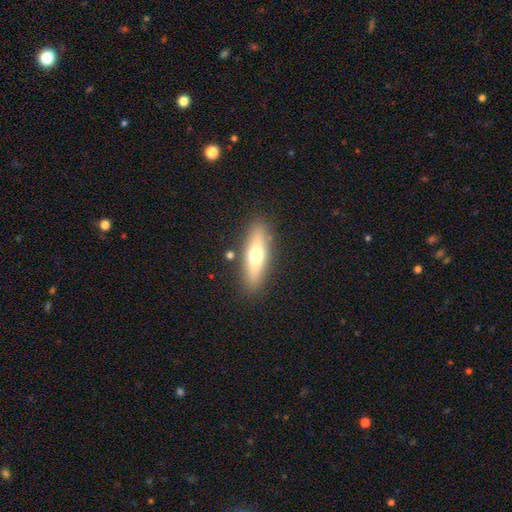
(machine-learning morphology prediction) A smooth galaxy with no disk features (56%) that is cigar-shaped (58%).

Vote fractions:
- Smooth or featured? smooth: 56% / featured or disk: 37% / star or artifact: 7%
- How rounded? cigar-shaped: 58% / in between: 39% / round: 3%
- Merging? none: 85% / minor disturbance: 9% / major disturbance: 3% / merger: 3%